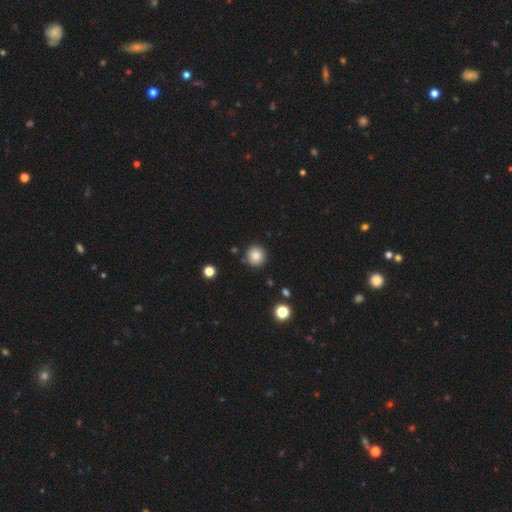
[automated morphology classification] Q: Smooth or featured?
A: smooth (85%); runner-up: star or artifact (10%)
Q: How rounded?
A: round (94%); runner-up: in between (5%)
Q: Merging?
A: none (88%); runner-up: minor disturbance (7%)